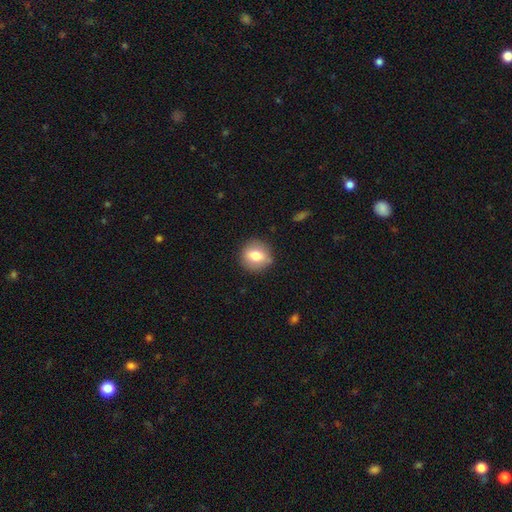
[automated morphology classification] This appears to be a smooth galaxy with no disk features (73%) that is round (81%). Merging: none (85%).